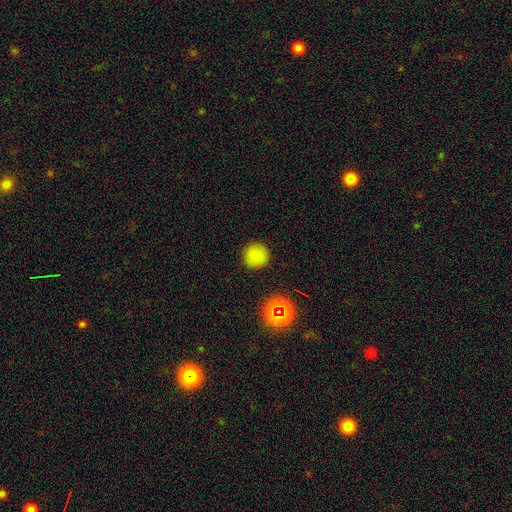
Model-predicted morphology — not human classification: A smooth galaxy with no disk features (80%) that is round (95%). Merging: none (90%).